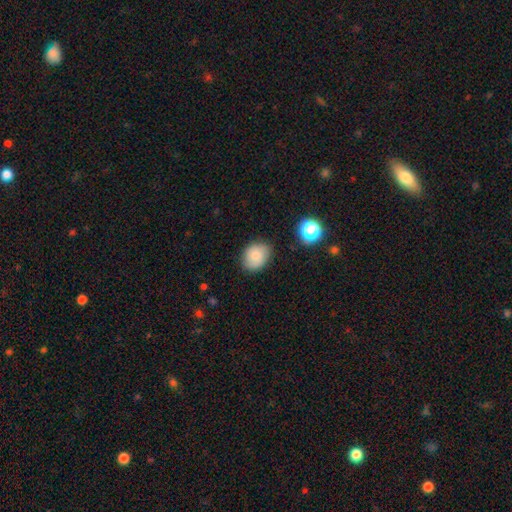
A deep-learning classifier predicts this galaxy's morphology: This is likely a smooth galaxy (77%). How rounded: possibly round (51%). Merging: likely none (77%).